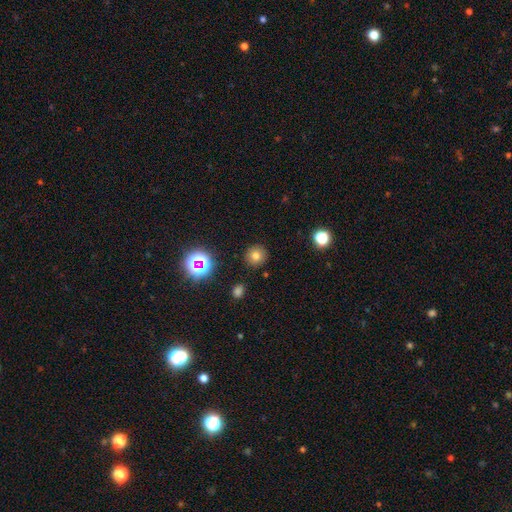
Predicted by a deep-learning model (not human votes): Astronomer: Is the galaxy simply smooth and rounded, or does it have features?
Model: smooth — 73%.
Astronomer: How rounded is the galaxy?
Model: round — 93%.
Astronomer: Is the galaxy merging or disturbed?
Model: none — 89%.